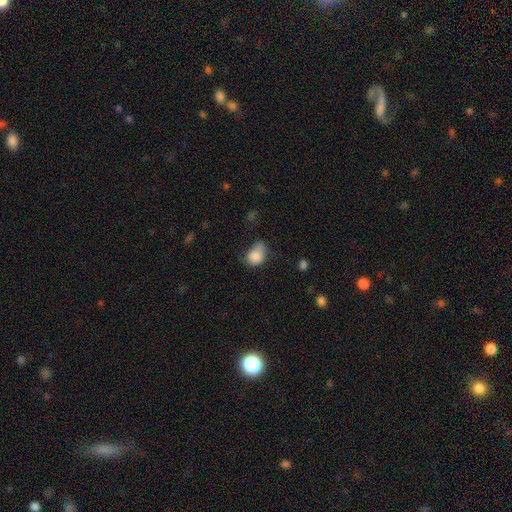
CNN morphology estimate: type=smooth (82%); roundness=in between (55%); merging=minor disturbance (41%).